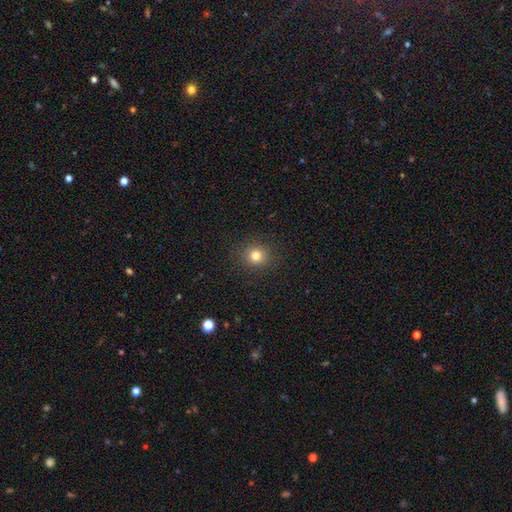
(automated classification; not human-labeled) Smooth or featured: smooth — 79% (star or artifact — 14%)
How rounded: round — 89% (in between — 10%)
Merging: none — 91% (minor disturbance — 6%)